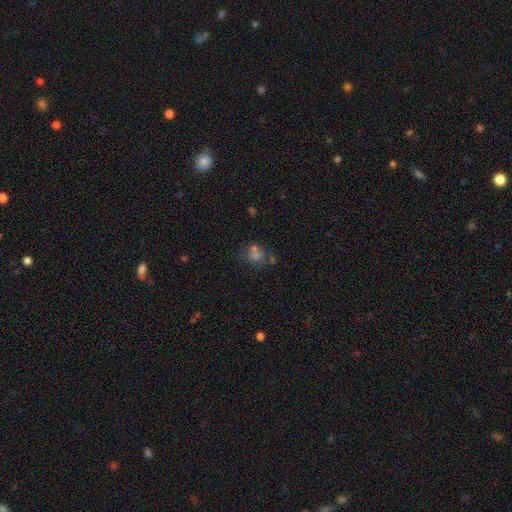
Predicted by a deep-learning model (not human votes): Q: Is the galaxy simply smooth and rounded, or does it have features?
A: smooth — 55%.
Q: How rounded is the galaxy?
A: round — 76%.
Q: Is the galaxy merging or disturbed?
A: none — 55%.